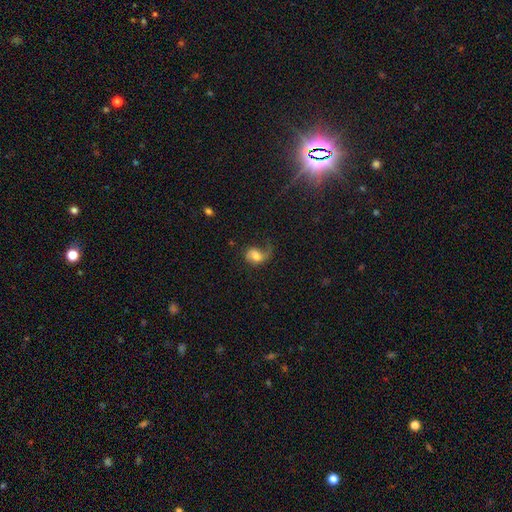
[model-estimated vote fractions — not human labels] Smooth or featured? Predicted: smooth (p=0.47). Merging? Predicted: major disturbance (p=0.41).